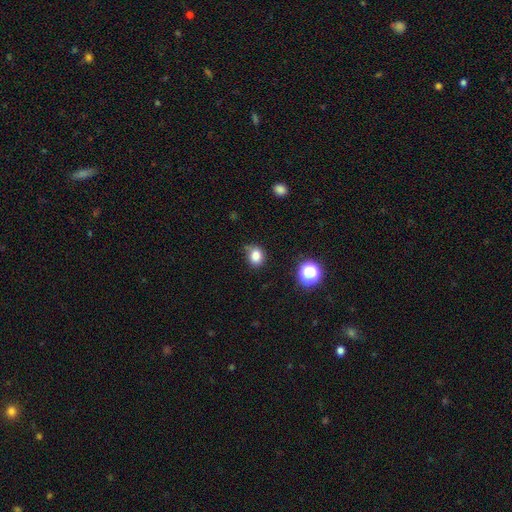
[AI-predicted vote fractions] This is clearly a smooth galaxy (81%). How rounded: possibly round (55%). Merging: likely none (68%).